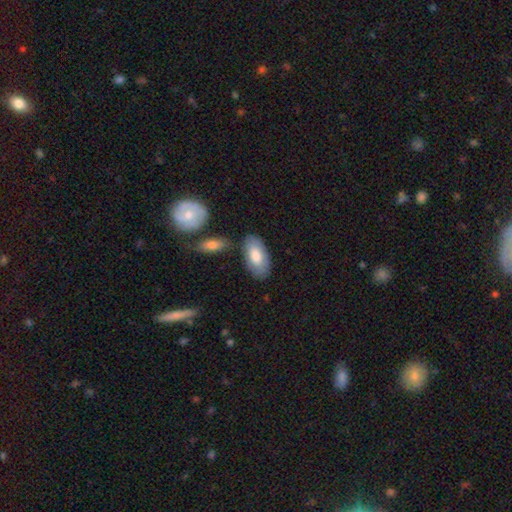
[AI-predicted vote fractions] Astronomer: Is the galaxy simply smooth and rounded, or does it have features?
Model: smooth — 75%.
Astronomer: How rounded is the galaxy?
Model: in between — 94%.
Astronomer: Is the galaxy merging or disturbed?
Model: none — 75%.